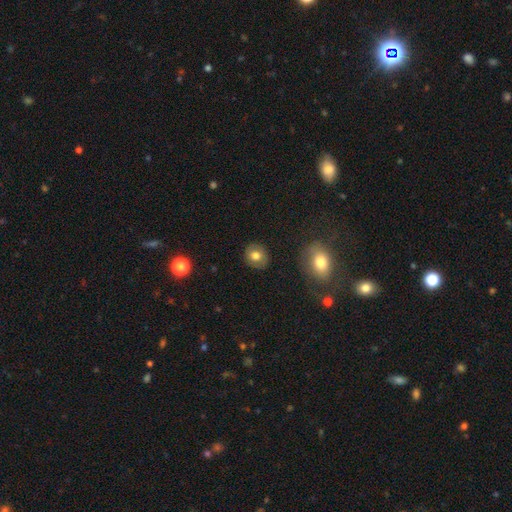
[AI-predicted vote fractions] A smooth galaxy with no disk features (73%) that is round (70%).

Vote fractions:
- Smooth or featured? smooth: 73% / featured or disk: 18% / star or artifact: 9%
- How rounded? round: 70% / in between: 29% / cigar-shaped: 1%
- Merging? none: 87% / minor disturbance: 9% / major disturbance: 3% / merger: 1%